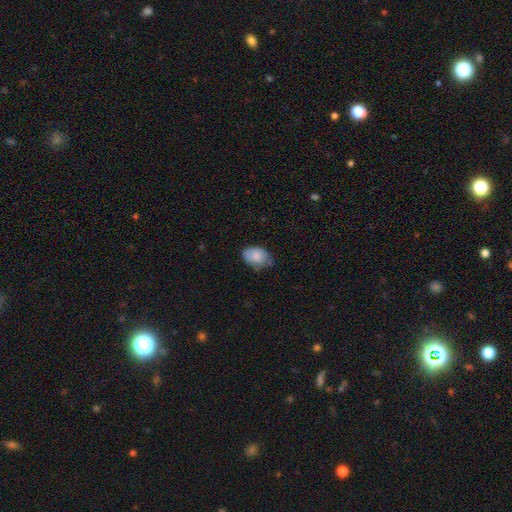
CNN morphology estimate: smooth 83%, featured or disk 10%, star or artifact 7%. Down the decision tree: how rounded — in between (87%); merging — none (60%).